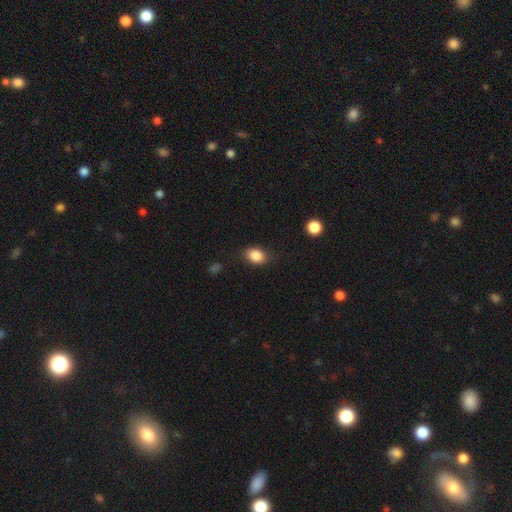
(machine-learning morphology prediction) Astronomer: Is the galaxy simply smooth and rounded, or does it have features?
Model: smooth — 85%.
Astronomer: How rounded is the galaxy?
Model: in between — 72%.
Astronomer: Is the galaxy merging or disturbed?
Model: none — 80%.